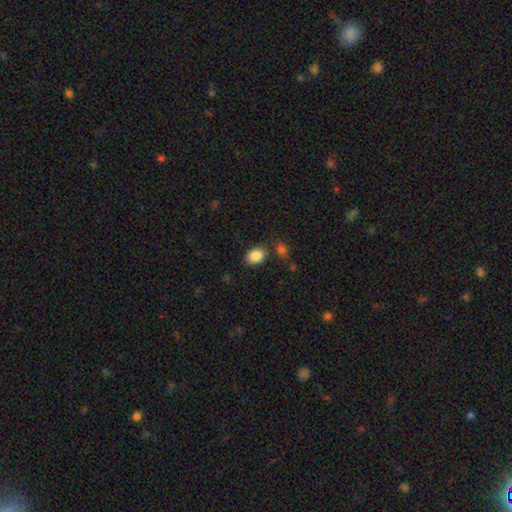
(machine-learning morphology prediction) Smooth or featured: smooth — 88% (star or artifact — 8%)
How rounded: in between — 75% (round — 24%)
Merging: none — 77% (minor disturbance — 12%)